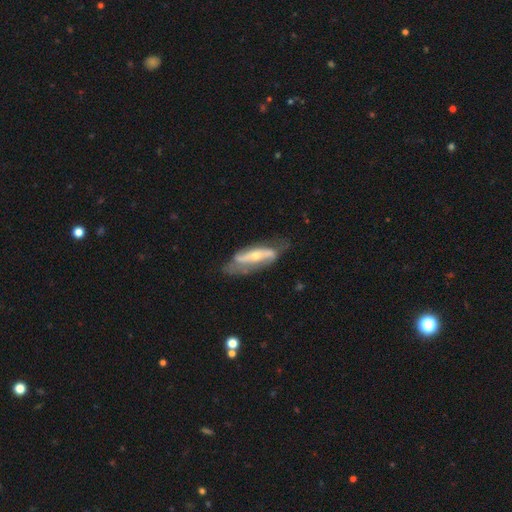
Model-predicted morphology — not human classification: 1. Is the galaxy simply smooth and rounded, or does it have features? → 75% featured or disk, 20% smooth, 5% star or artifact.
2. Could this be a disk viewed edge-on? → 77% no, 23% yes.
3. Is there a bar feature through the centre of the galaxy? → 41% strong, 37% no, 22% weak.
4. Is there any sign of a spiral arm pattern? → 80% yes, 20% no.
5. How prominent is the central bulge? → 53% small, 42% moderate, 2% large, 1% none, 1% dominant.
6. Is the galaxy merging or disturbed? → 57% none, 27% minor disturbance, 13% major disturbance, 3% merger.